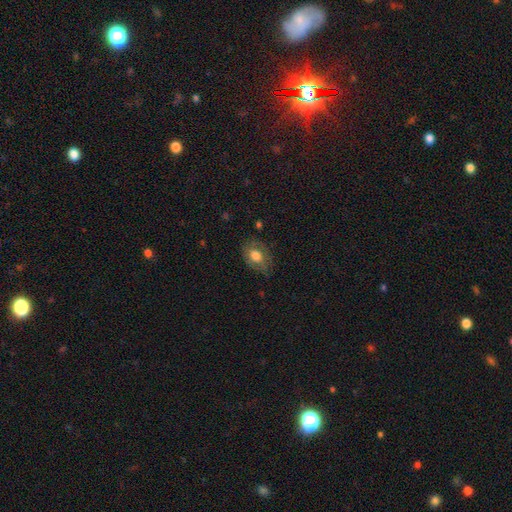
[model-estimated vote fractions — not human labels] Morphology: type=smooth (66%); roundness=in between (73%); merging=none (69%).